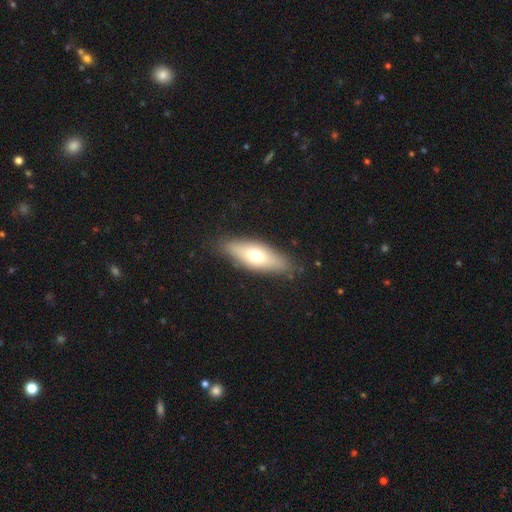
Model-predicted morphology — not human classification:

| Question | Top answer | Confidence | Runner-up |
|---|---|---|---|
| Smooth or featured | smooth | 63% | featured or disk (30%) |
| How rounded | in between | 69% | cigar-shaped (28%) |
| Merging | none | 83% | minor disturbance (13%) |